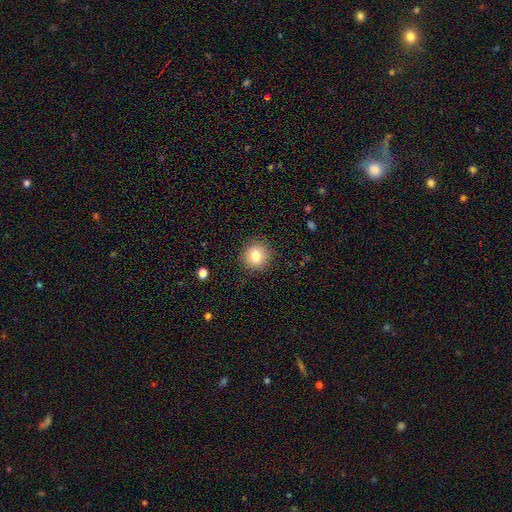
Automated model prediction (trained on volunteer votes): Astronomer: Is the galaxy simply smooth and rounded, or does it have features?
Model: smooth — 79%.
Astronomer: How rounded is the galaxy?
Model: round — 88%.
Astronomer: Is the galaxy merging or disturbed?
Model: none — 90%.